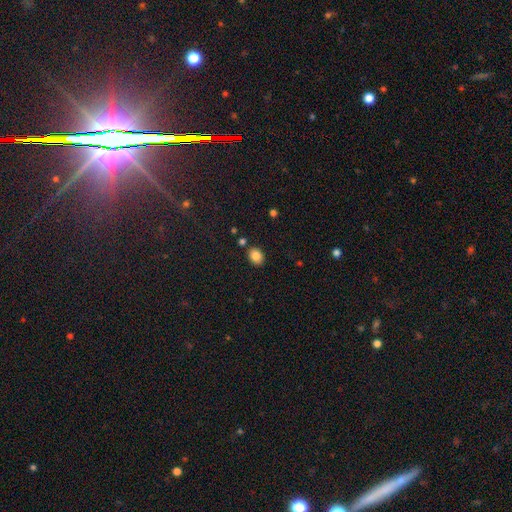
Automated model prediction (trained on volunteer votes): The model was most divided on "how rounded": in between: 61%, round: 38%, cigar-shaped: 1%. More confident: smooth or featured — smooth (84%); merging — none (84%).